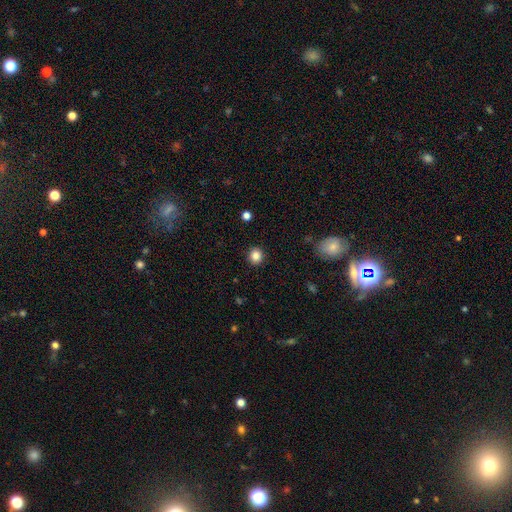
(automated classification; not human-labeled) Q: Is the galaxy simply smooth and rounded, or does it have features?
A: smooth — 85%.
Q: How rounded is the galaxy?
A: round — 84%.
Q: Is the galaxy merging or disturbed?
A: none — 91%.